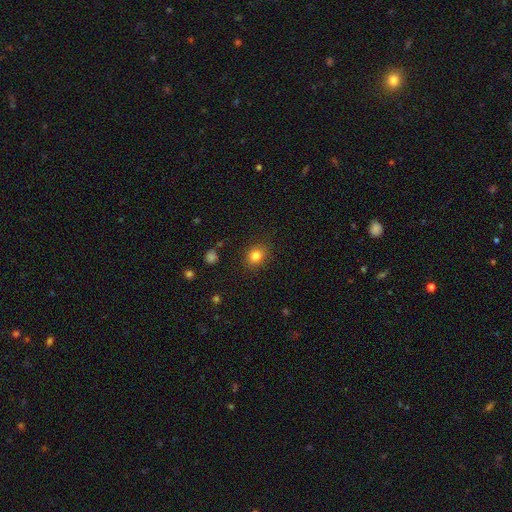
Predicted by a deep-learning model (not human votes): Overall: smooth (83%). How rounded: round (61%; in between 38%). Merging: none (86%).